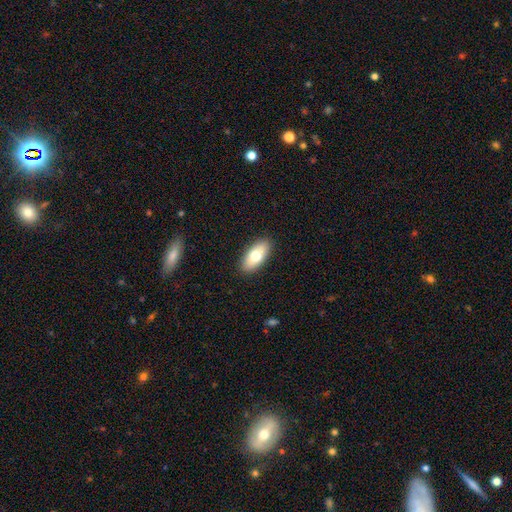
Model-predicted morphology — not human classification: Q: Smooth or featured?
A: smooth (73%); runner-up: featured or disk (21%)
Q: How rounded?
A: in between (88%); runner-up: cigar-shaped (9%)
Q: Merging?
A: none (89%); runner-up: minor disturbance (8%)